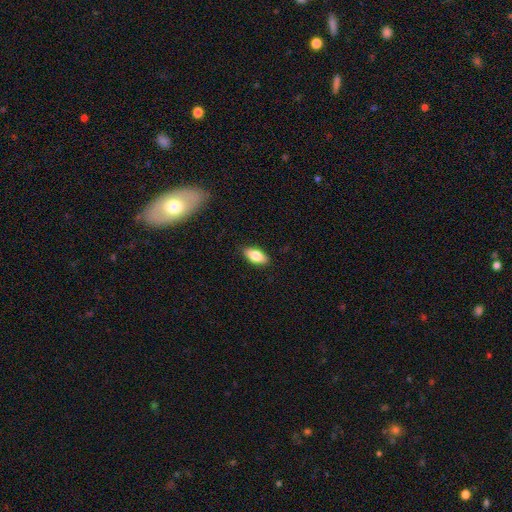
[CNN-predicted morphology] Q: Smooth or featured?
A: smooth (74%); runner-up: featured or disk (19%)
Q: How rounded?
A: in between (85%); runner-up: cigar-shaped (12%)
Q: Merging?
A: none (88%); runner-up: minor disturbance (9%)